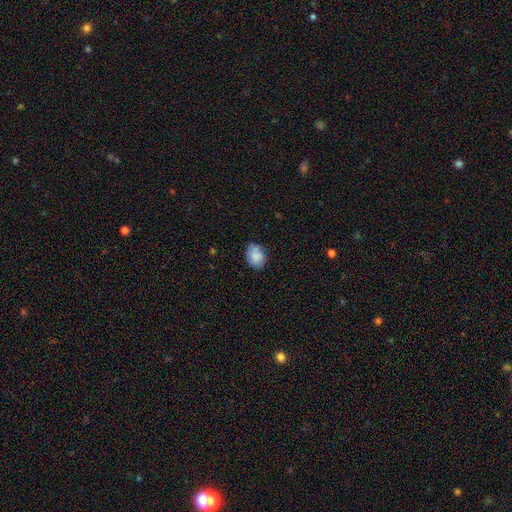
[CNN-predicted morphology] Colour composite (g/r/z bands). It shows a smooth galaxy with no disk features (81%) that is in between round and cigar-shaped (62%). Merging: none (70%).